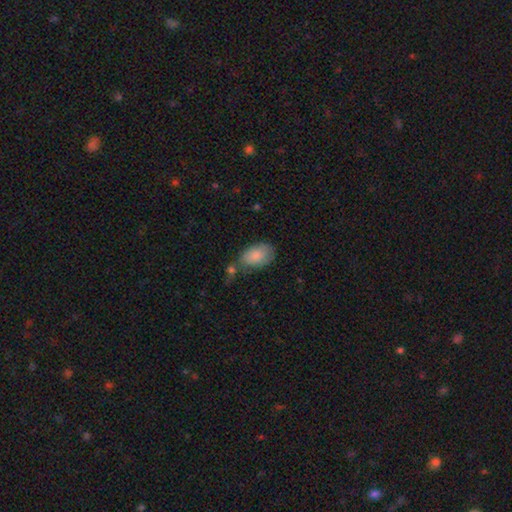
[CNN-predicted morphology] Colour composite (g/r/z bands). It shows a smooth galaxy with no disk features (82%) that is in between round and cigar-shaped (91%). Merging: none (55%).